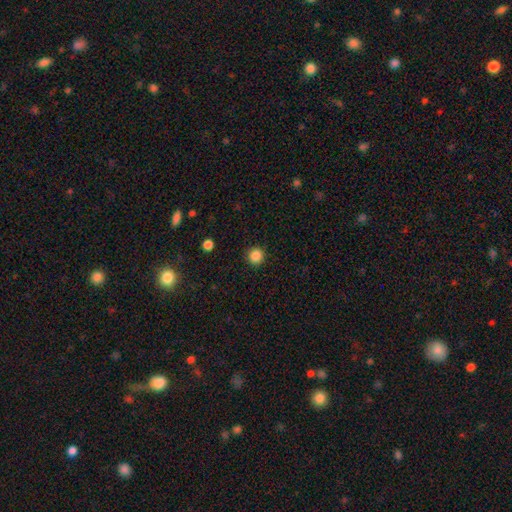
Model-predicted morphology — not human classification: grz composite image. It shows a smooth galaxy with no disk features (86%) that is round (93%). Merging: none (91%).